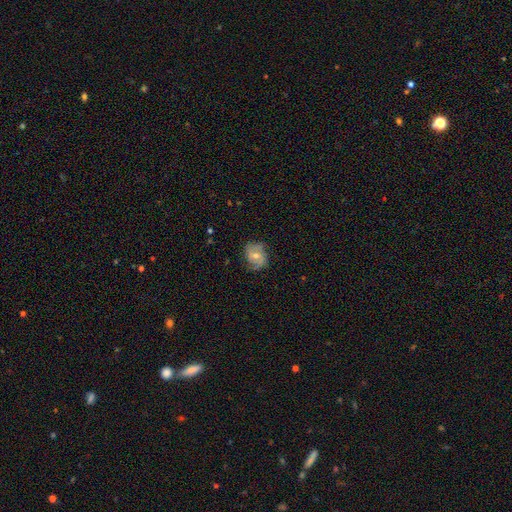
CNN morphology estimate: Smooth or featured?
  - featured or disk: 63% *
  - smooth: 26%
  - star or artifact: 11%
Edge-on disk?
  - no: 97% *
  - yes: 3%
Bar?
  - no: 63% *
  - weak: 30%
  - strong: 7%
Spiral arms?
  - yes: 86% *
  - no: 14%
Spiral winding?
  - medium: 42% *
  - tight: 38%
  - loose: 20%
Spiral arm count?
  - 2: 50% *
  - can't tell: 24%
  - 3: 15%
  - 1: 5%
  - 4: 4%
  - more than 4: 3%
Bulge size?
  - moderate: 55% *
  - small: 41%
  - large: 2%
  - none: 1%
  - dominant: 1%
Merging?
  - none: 73% *
  - minor disturbance: 19%
  - major disturbance: 6%
  - merger: 1%